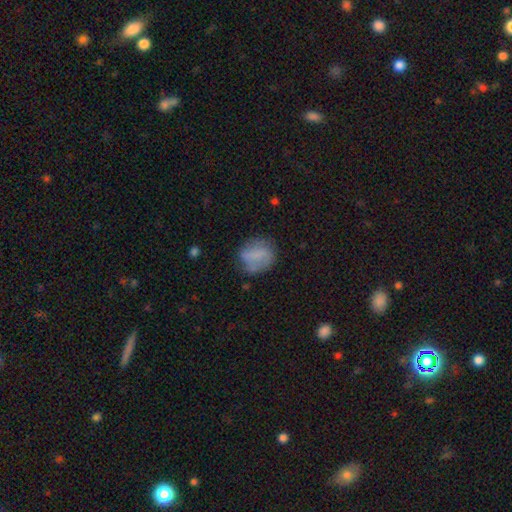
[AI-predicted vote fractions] Smooth or featured? smooth (65%)
How rounded? round (61%)
Merging? none (60%)